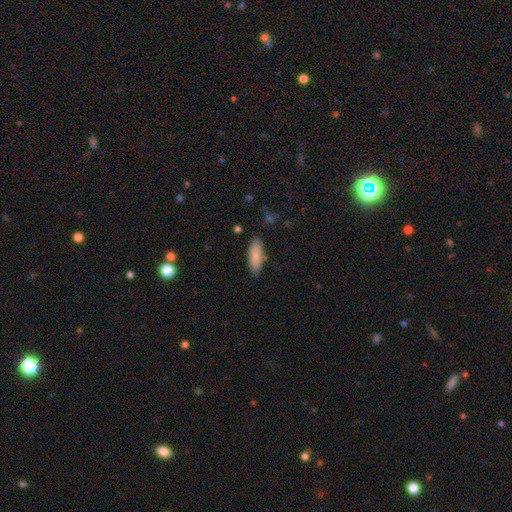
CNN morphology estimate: smooth-or-featured: smooth: 85% | featured or disk: 9% | star or artifact: 6%
  how-rounded: in between: 66% | cigar-shaped: 32% | round: 2%
  merging: none: 84% | minor disturbance: 11% | merger: 2% | major disturbance: 2%